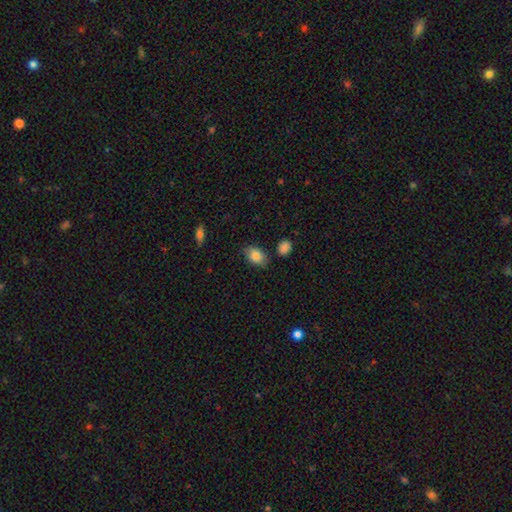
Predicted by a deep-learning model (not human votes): Smooth or featured: smooth — 83% (featured or disk — 9%)
How rounded: in between — 86% (round — 13%)
Merging: none — 79% (minor disturbance — 14%)